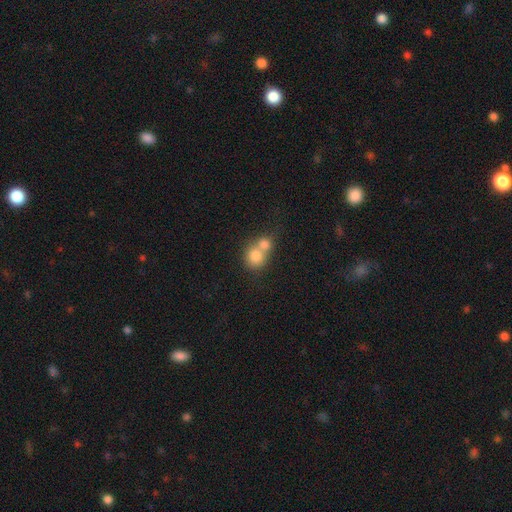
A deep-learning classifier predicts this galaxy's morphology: A smooth galaxy with no disk features (78%) that is round (77%). Merging: merger (66%).